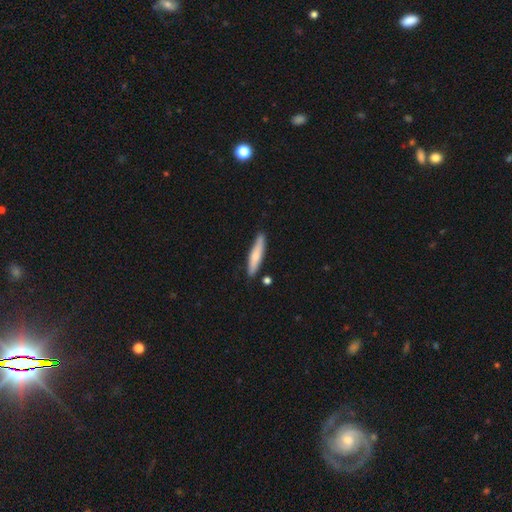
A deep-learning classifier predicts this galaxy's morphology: A smooth galaxy with no disk features (68%) that is cigar-shaped (86%). Merging: none (84%).